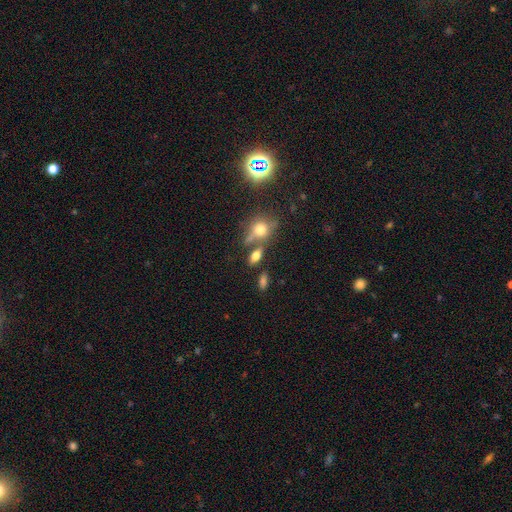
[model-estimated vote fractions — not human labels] Morphology: type=smooth (67%); roundness=in between (70%); merging=none (59%).